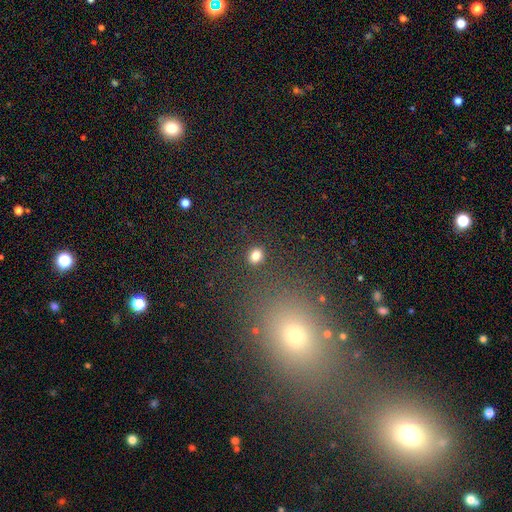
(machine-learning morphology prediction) smooth 81%, star or artifact 13%, featured or disk 5%. Down the decision tree: how rounded — round (55%); merging — none (87%).